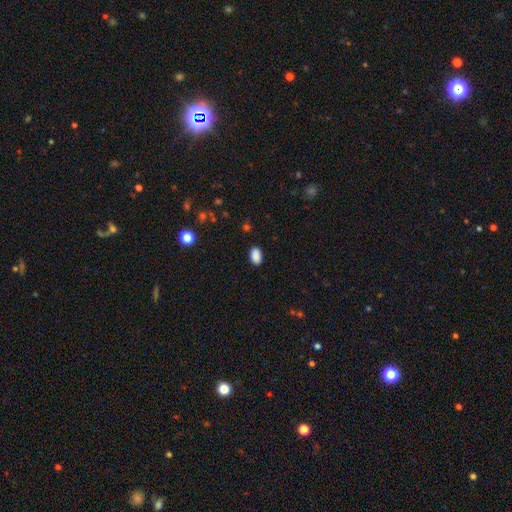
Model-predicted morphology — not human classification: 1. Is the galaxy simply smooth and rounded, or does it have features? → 88% smooth, 9% star or artifact, 3% featured or disk.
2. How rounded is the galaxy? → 88% in between, 10% round, 1% cigar-shaped.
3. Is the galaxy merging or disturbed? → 86% none, 11% minor disturbance, 2% major disturbance, 1% merger.